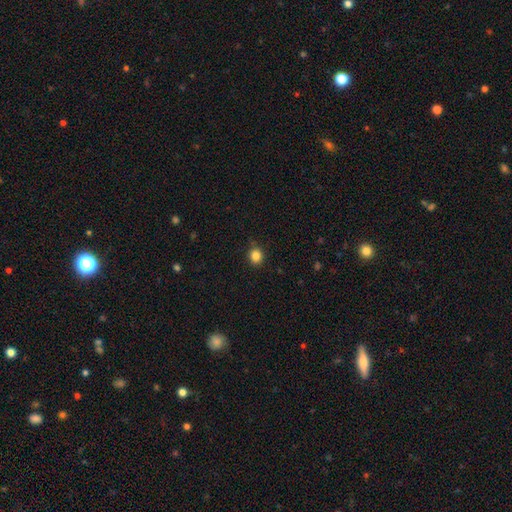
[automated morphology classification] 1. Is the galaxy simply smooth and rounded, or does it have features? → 85% smooth, 11% star or artifact, 4% featured or disk.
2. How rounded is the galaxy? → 76% round, 23% in between, 1% cigar-shaped.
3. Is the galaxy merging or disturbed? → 85% none, 11% minor disturbance, 2% major disturbance, 1% merger.